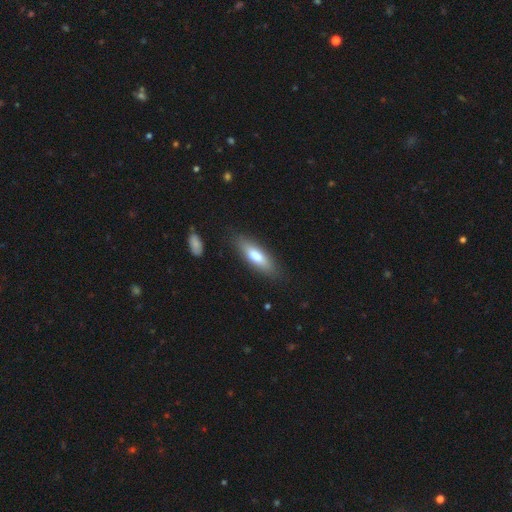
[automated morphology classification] A smooth galaxy with no disk features (72%) that is cigar-shaped (52%).

Vote fractions:
- Smooth or featured? smooth: 72% / featured or disk: 22% / star or artifact: 6%
- How rounded? cigar-shaped: 52% / in between: 46% / round: 2%
- Merging? none: 82% / minor disturbance: 13% / major disturbance: 3% / merger: 2%